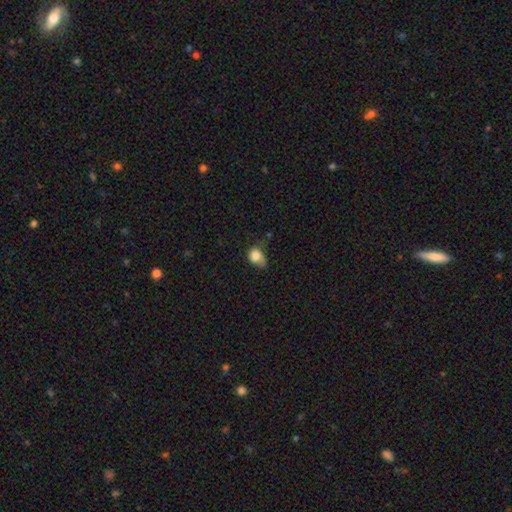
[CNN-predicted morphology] smooth 80%, featured or disk 11%, star or artifact 9%. Down the decision tree: how rounded — round (53%); merging — minor disturbance (39%).